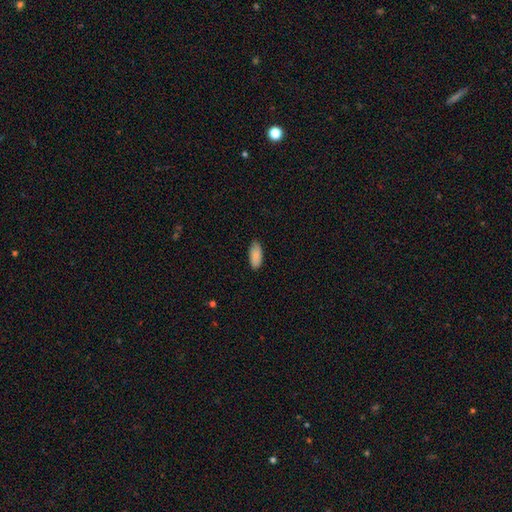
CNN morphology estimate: Smooth or featured? Predicted: smooth (p=0.87). How rounded? Predicted: in between (p=0.89). Merging? Predicted: none (p=0.85).